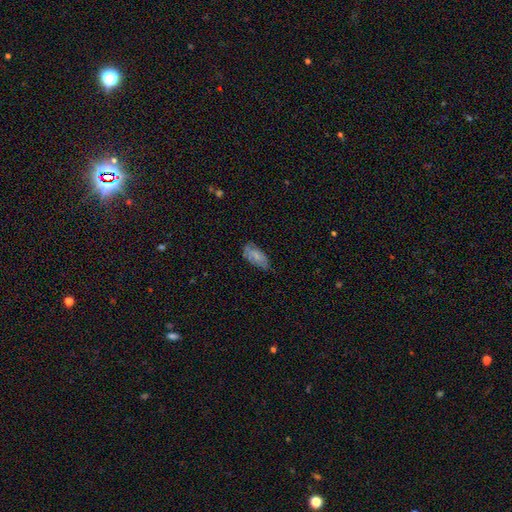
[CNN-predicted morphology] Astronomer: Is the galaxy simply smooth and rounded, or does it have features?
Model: smooth — 68%.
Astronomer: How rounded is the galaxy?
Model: in between — 90%.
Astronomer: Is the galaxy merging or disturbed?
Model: none — 56% (runner-up: minor disturbance, 33%).